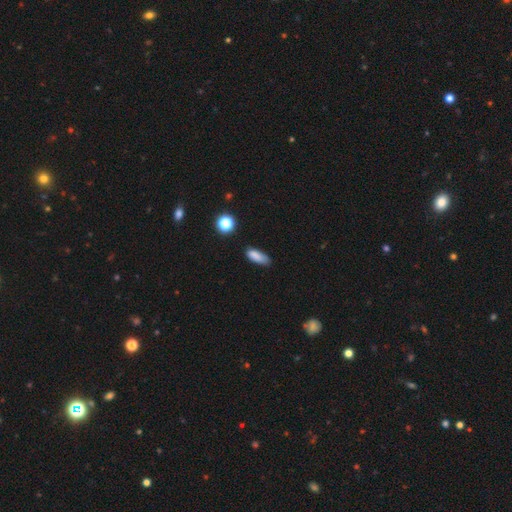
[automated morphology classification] type=smooth (83%); roundness=in between (69%); merging=none (68%).